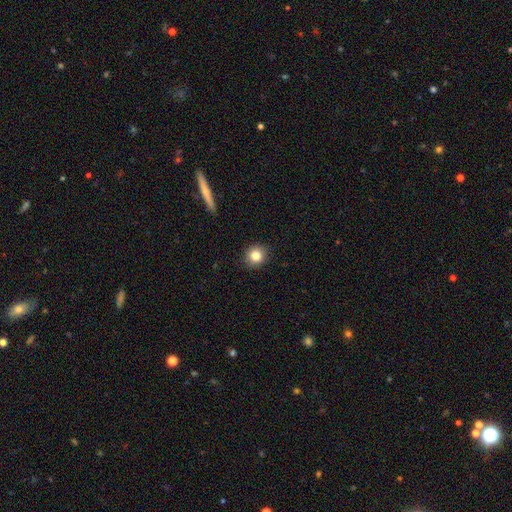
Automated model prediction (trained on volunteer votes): A smooth galaxy with no disk features (82%) that is round (85%). Merging: none (90%).